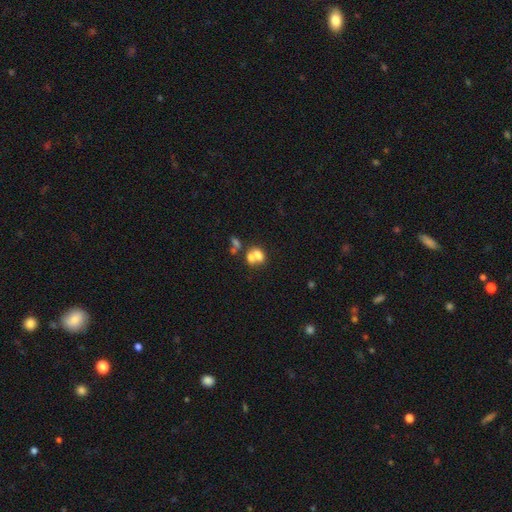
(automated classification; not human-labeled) A smooth galaxy with no disk features (64%) that is in between round and cigar-shaped (62%). Merging: merger (60%).